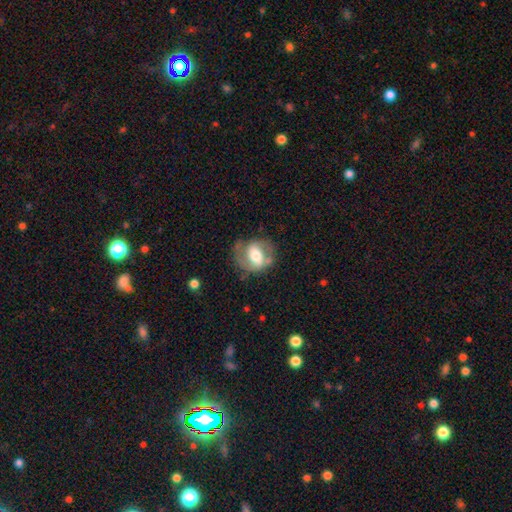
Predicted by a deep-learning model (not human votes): This is likely a featured or disk galaxy (62%). It is clearly not viewed edge-on (96%). Bar: marginally weak (40%). Spiral arm pattern: likely yes (72%). Central bulge: likely moderate (61%). Merging: likely none (63%).